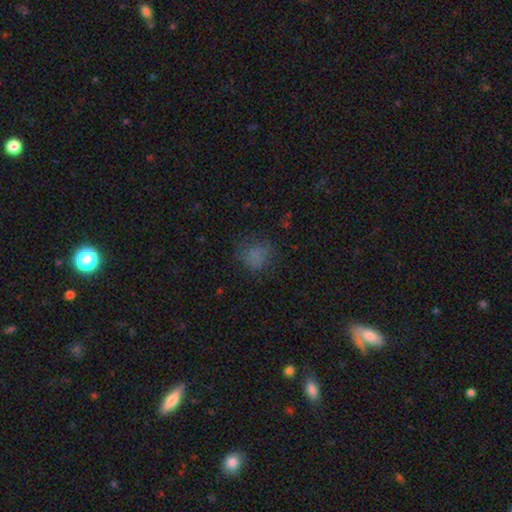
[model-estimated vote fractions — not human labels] Smooth or featured?
  - smooth: 71% *
  - star or artifact: 17%
  - featured or disk: 12%
How rounded?
  - round: 72% *
  - in between: 27%
  - cigar-shaped: 1%
Merging?
  - none: 63% *
  - minor disturbance: 21%
  - major disturbance: 14%
  - merger: 2%